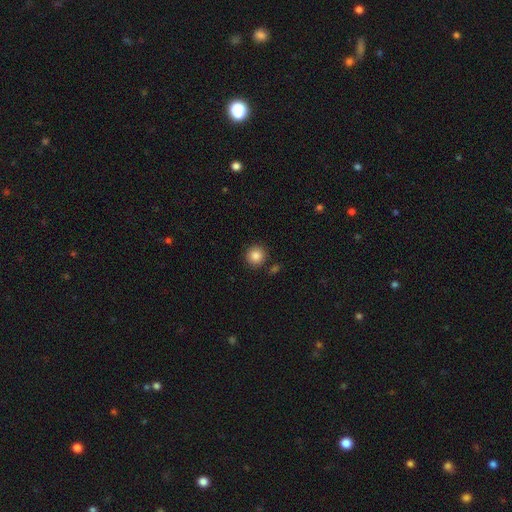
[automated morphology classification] Overall: smooth (86%). How rounded: round (93%). Merging: none (87%).